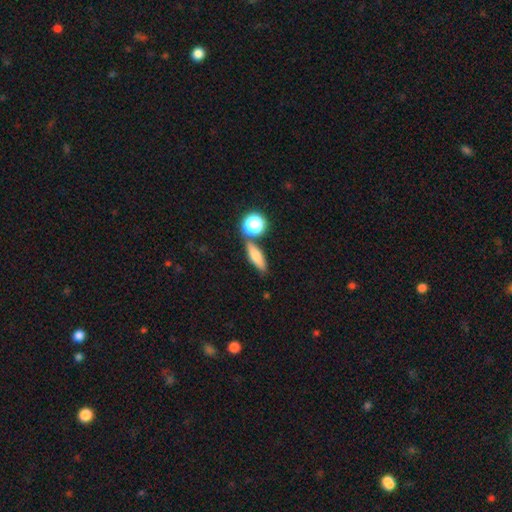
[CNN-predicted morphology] smooth 70%, featured or disk 19%, star or artifact 11%. Down the decision tree: how rounded — in between (45%); merging — none (74%).